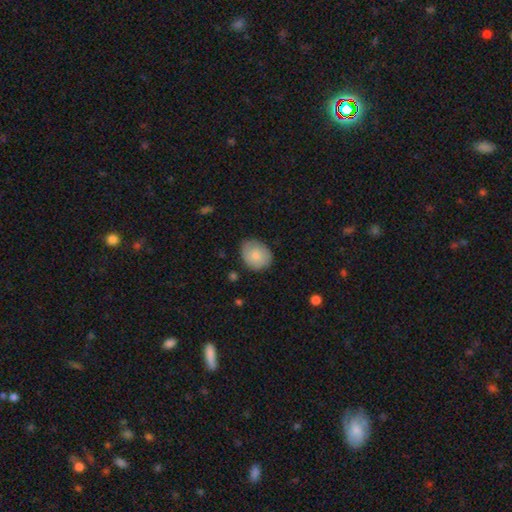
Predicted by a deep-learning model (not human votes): Smooth or featured: smooth — 74% (featured or disk — 19%)
How rounded: round — 58% (in between — 41%)
Merging: none — 73% (minor disturbance — 21%)